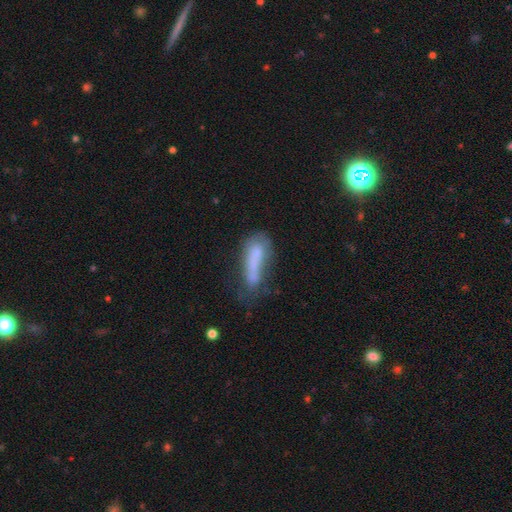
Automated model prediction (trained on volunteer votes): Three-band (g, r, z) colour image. It shows a smooth galaxy with no disk features (59%) that is cigar-shaped (58%). Merging: none (31%).